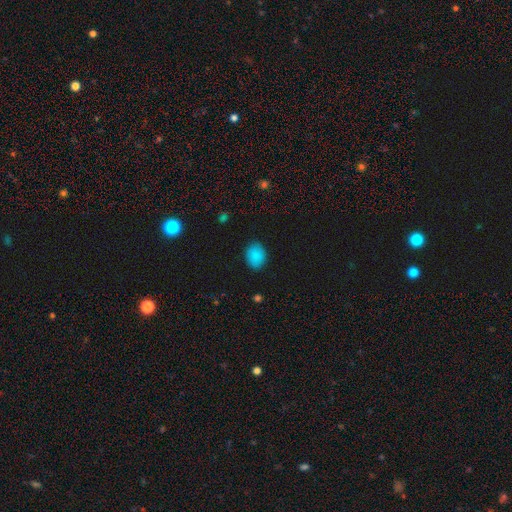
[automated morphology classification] Smooth or featured?
  - smooth: 86% *
  - star or artifact: 10%
  - featured or disk: 4%
How rounded?
  - in between: 67% *
  - round: 32%
  - cigar-shaped: 1%
Merging?
  - none: 85% *
  - minor disturbance: 11%
  - major disturbance: 3%
  - merger: 1%